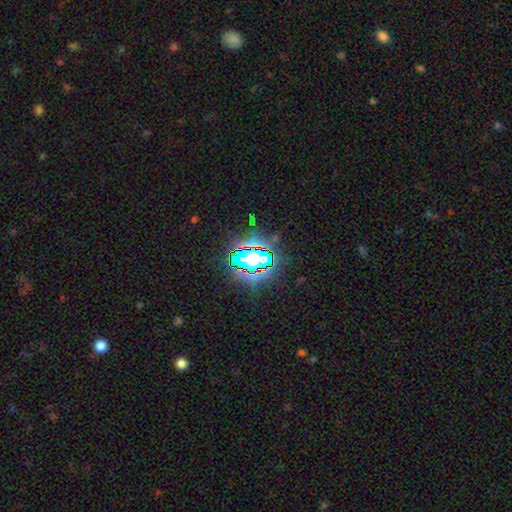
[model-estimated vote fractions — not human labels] smooth-or-featured: star or artifact: 69% | smooth: 18% | featured or disk: 13%